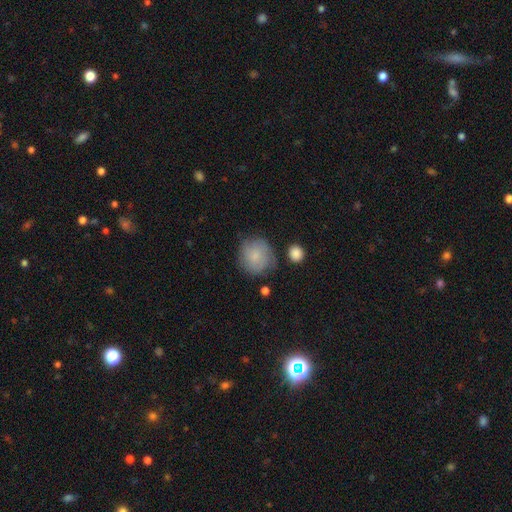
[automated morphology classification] This appears to be a smooth galaxy with no disk features (74%) that is round (87%). Merging: none (67%).